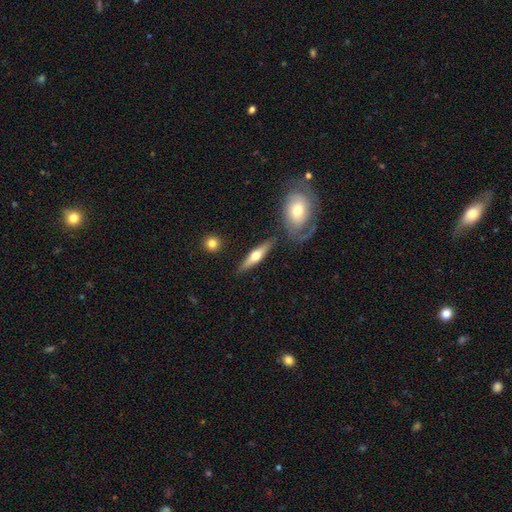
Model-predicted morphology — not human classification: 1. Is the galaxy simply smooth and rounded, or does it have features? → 55% featured or disk, 39% smooth, 5% star or artifact.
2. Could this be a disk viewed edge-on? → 89% yes, 11% no.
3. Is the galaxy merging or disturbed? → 80% none, 11% minor disturbance, 6% merger, 3% major disturbance.